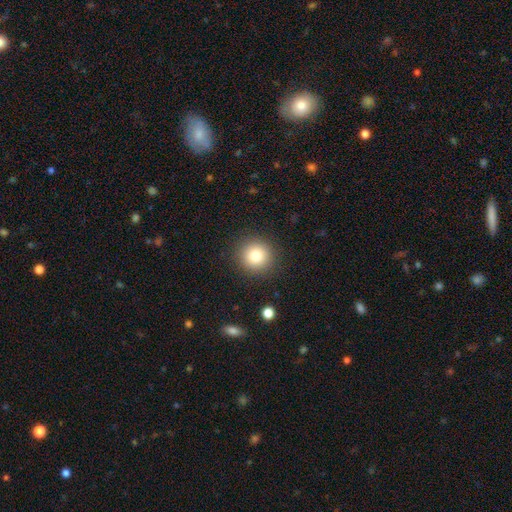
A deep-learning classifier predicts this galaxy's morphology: Overall: smooth (81%). How rounded: round (94%). Merging: none (90%).